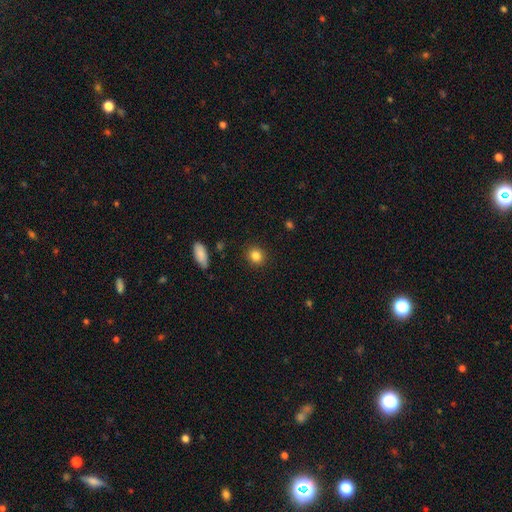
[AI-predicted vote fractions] Overall: smooth (85%). How rounded: round (82%). Merging: none (90%).